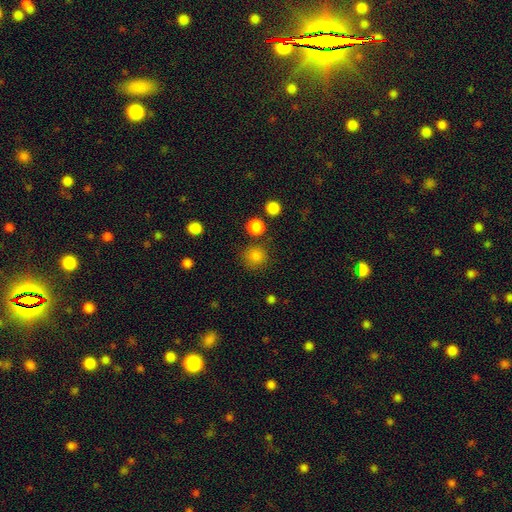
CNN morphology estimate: Smooth or featured: smooth — 82% (star or artifact — 13%)
How rounded: round — 92% (in between — 7%)
Merging: none — 81% (minor disturbance — 9%)